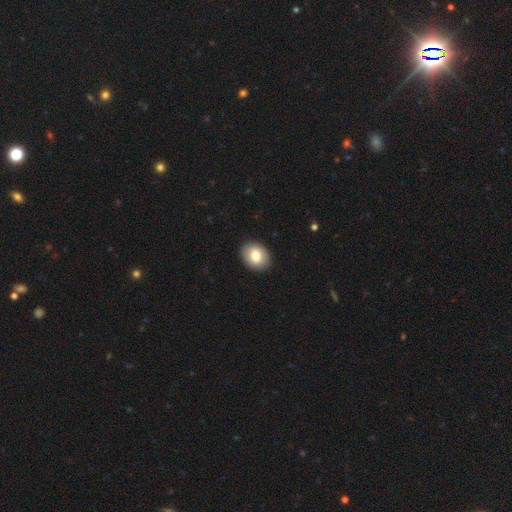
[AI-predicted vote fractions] A smooth galaxy with no disk features (80%) that is in between round and cigar-shaped (59%).

Vote fractions:
- Smooth or featured? smooth: 80% / featured or disk: 13% / star or artifact: 8%
- How rounded? in between: 59% / round: 40% / cigar-shaped: 1%
- Merging? none: 90% / minor disturbance: 7% / major disturbance: 2% / merger: 1%